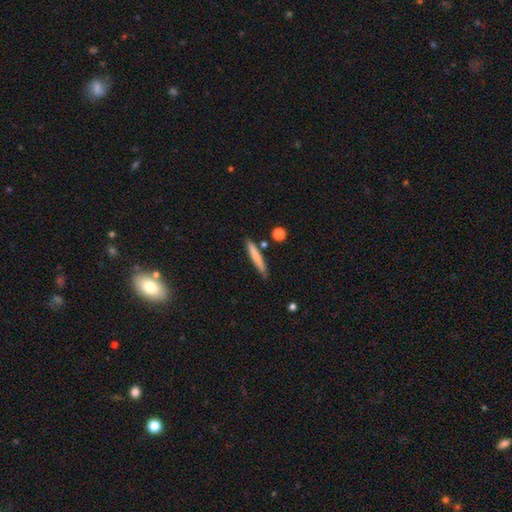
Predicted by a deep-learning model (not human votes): Smooth or featured?
  - smooth: 75% *
  - featured or disk: 19%
  - star or artifact: 6%
How rounded?
  - cigar-shaped: 94% *
  - in between: 5%
  - round: 1%
Merging?
  - none: 81% *
  - minor disturbance: 12%
  - merger: 4%
  - major disturbance: 2%